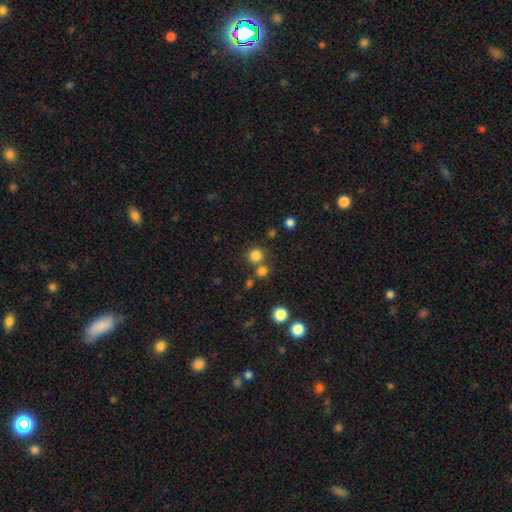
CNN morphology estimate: smooth-or-featured: smooth: 80% | star or artifact: 14% | featured or disk: 5%
  how-rounded: round: 90% | in between: 9% | cigar-shaped: 1%
  merging: none: 69% | merger: 21% | minor disturbance: 7% | major disturbance: 3%